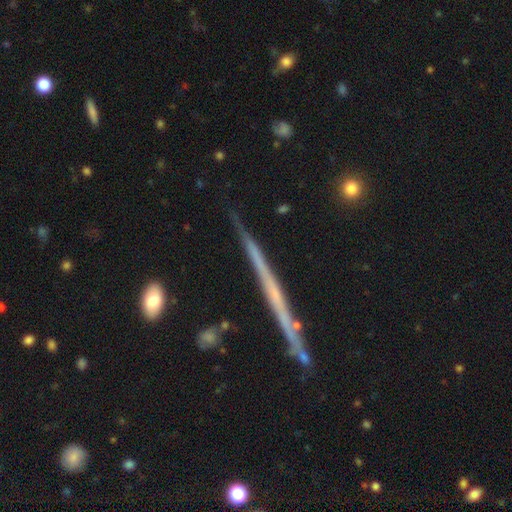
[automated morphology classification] Overall: featured or disk (61%; smooth 28%). Edge-on disk: yes (96%). Edge-on bulge: none (80%). Merging: none (82%).